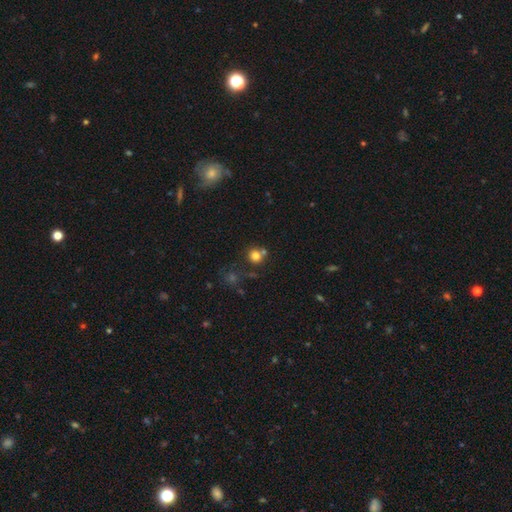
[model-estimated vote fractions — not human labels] The model was most divided on "merging": none: 62%, merger: 24%, minor disturbance: 10%, major disturbance: 4%. More confident: how rounded — round (88%); smooth or featured — smooth (77%).